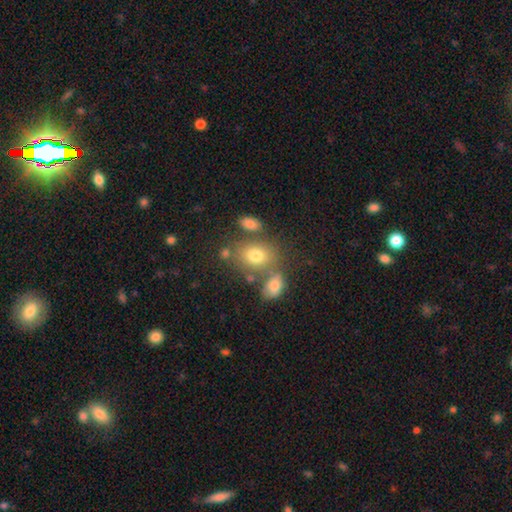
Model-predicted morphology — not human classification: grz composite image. It shows a smooth galaxy with no disk features (74%) that is in between round and cigar-shaped (68%). Merging: none (58%).